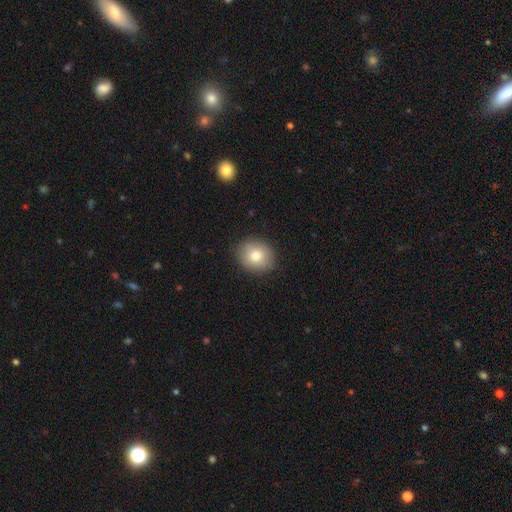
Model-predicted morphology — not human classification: Smooth or featured: smooth — 81% (featured or disk — 11%)
How rounded: round — 62% (in between — 37%)
Merging: none — 88% (minor disturbance — 9%)